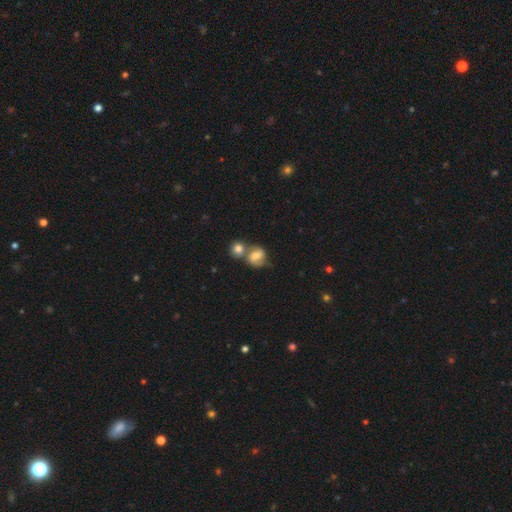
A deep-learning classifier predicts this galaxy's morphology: type=smooth (56%); roundness=round (63%); merging=merger (47%).